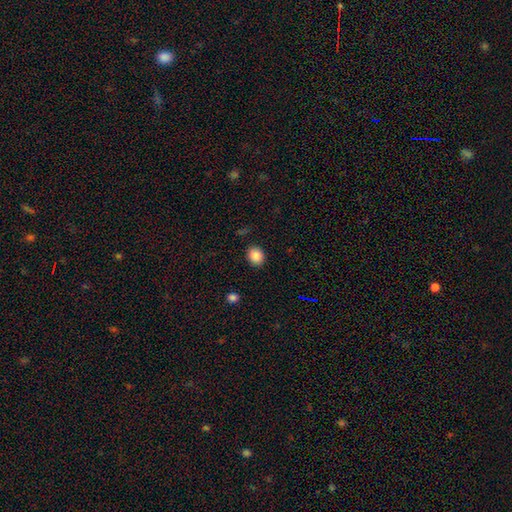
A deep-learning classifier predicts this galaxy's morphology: The model was most divided on "how rounded": round: 59%, in between: 40%, cigar-shaped: 1%. More confident: merging — none (88%); smooth or featured — smooth (87%).